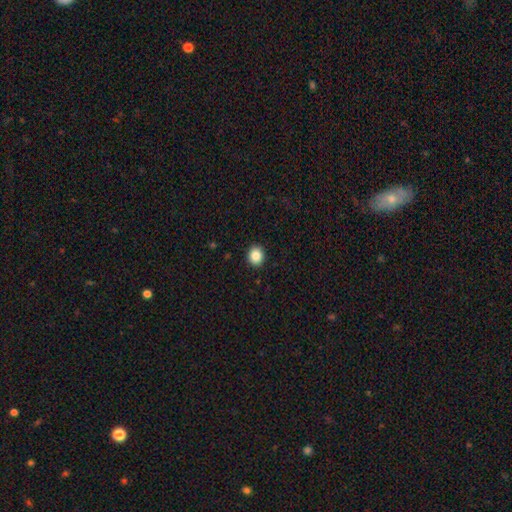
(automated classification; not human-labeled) smooth 87%, star or artifact 9%, featured or disk 4%. Down the decision tree: how rounded — round (71%); merging — none (92%).